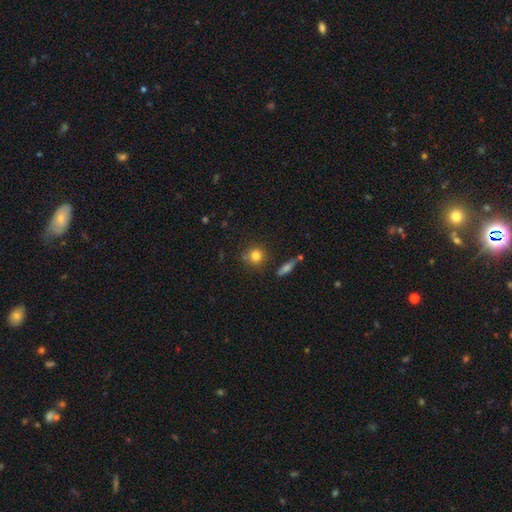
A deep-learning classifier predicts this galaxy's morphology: This is likely a smooth galaxy (80%). How rounded: clearly round (85%). Merging: likely none (75%).